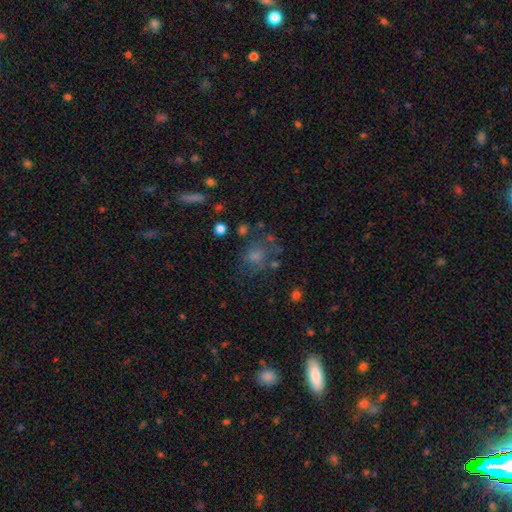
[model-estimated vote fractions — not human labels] smooth-or-featured: smooth: 54% | featured or disk: 24% | star or artifact: 23%
  how-rounded: round: 66% | in between: 32% | cigar-shaped: 2%
  merging: none: 58% | minor disturbance: 19% | major disturbance: 15% | merger: 7%